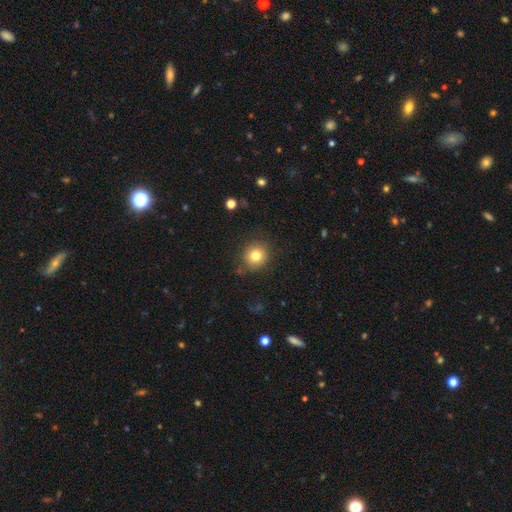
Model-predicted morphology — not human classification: type=smooth (80%); roundness=round (91%); merging=none (86%).